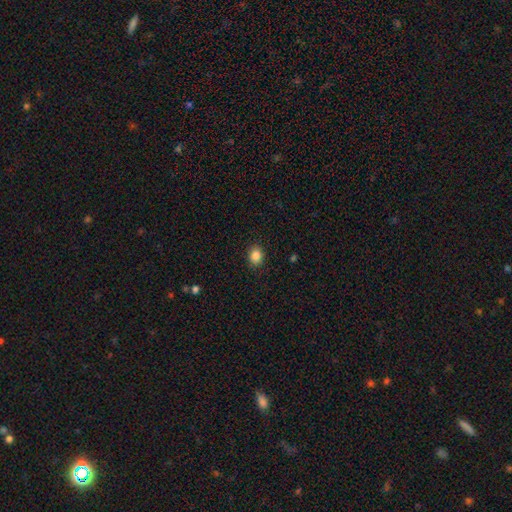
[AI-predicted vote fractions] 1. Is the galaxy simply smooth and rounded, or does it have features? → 86% smooth, 10% star or artifact, 5% featured or disk.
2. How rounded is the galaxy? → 53% in between, 46% round, 1% cigar-shaped.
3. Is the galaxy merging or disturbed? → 89% none, 8% minor disturbance, 2% major disturbance, 1% merger.